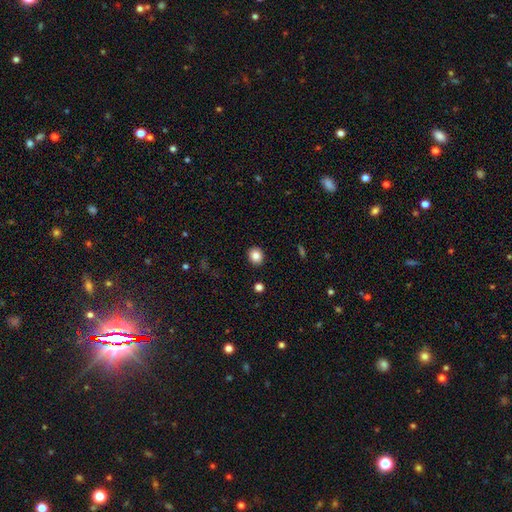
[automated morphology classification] type=smooth (84%); roundness=round (69%); merging=none (91%).